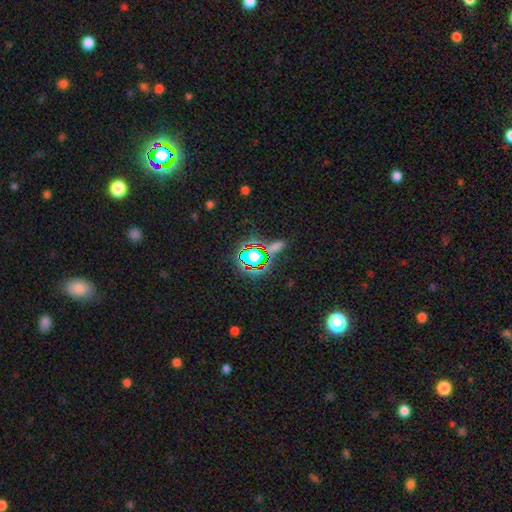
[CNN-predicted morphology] A star or artifact, not a galaxy (78%).

Vote fractions:
- Smooth or featured? star or artifact: 78% / smooth: 14% / featured or disk: 8%